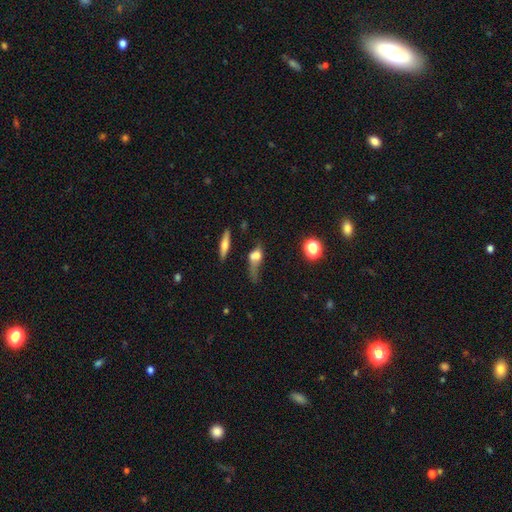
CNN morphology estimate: Smooth or featured? smooth (55%)
How rounded? in between (52%)
Merging? major disturbance (39%)